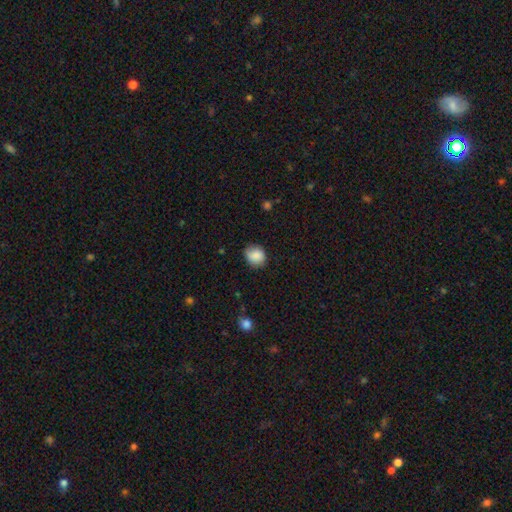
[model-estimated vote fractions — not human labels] Q: Smooth or featured?
A: smooth (85%); runner-up: star or artifact (8%)
Q: How rounded?
A: round (72%); runner-up: in between (27%)
Q: Merging?
A: none (81%); runner-up: minor disturbance (15%)